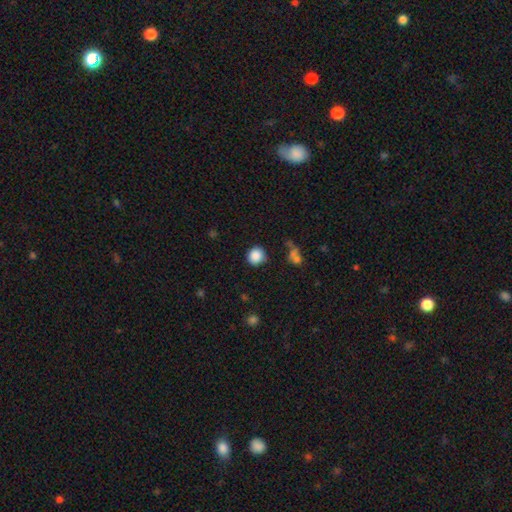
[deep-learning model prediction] Smooth or featured: smooth — 87% (star or artifact — 9%)
How rounded: round — 90% (in between — 9%)
Merging: none — 81% (minor disturbance — 11%)